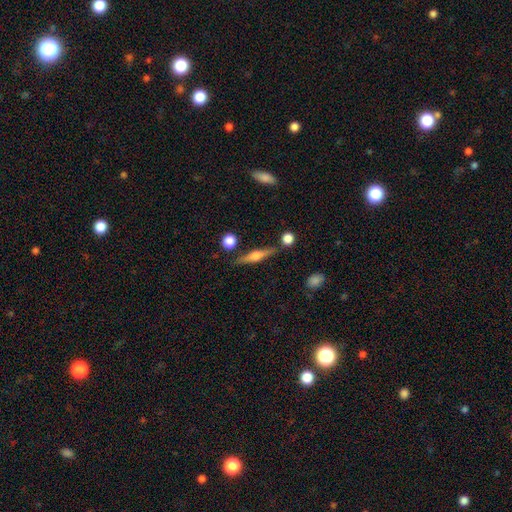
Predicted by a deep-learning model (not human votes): Smooth or featured: featured or disk — 69% (smooth — 23%)
Edge-on disk: yes — 97% (no — 3%)
Edge-on bulge: rounded — 88% (boxy — 9%)
Merging: none — 83% (minor disturbance — 10%)